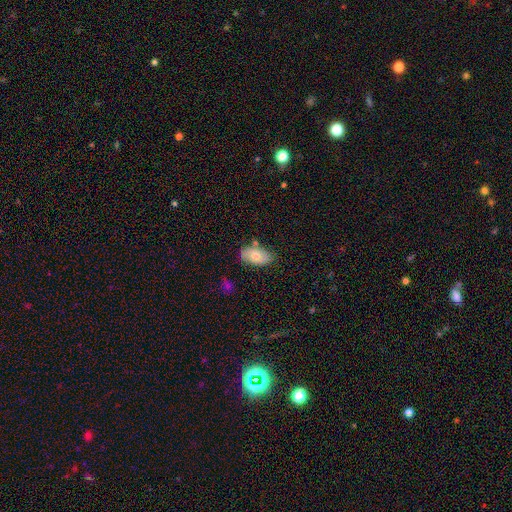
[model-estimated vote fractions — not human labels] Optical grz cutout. It shows a smooth galaxy with no disk features (67%) that is in between round and cigar-shaped (93%). Merging: none (76%).